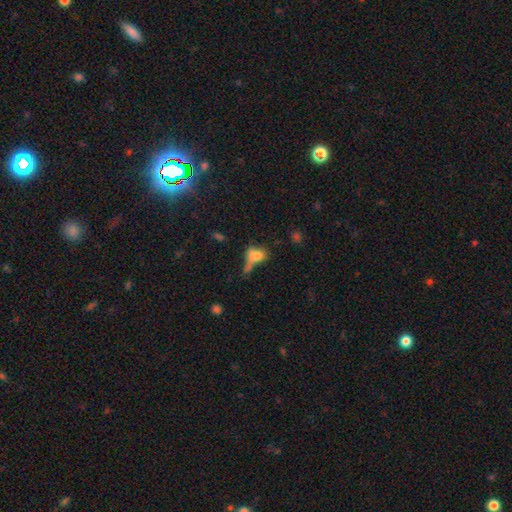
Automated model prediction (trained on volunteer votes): This is likely a smooth galaxy (65%). How rounded: likely in between (61%). Merging: marginally merger (30%).